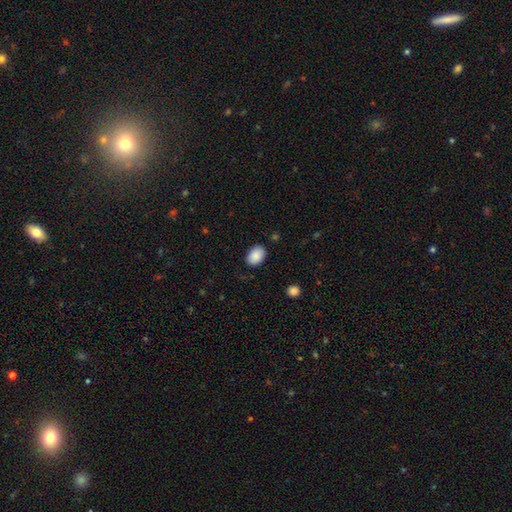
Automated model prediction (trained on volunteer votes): This appears to be a smooth galaxy with no disk features (89%) that is in between round and cigar-shaped (84%). Merging: none (87%).